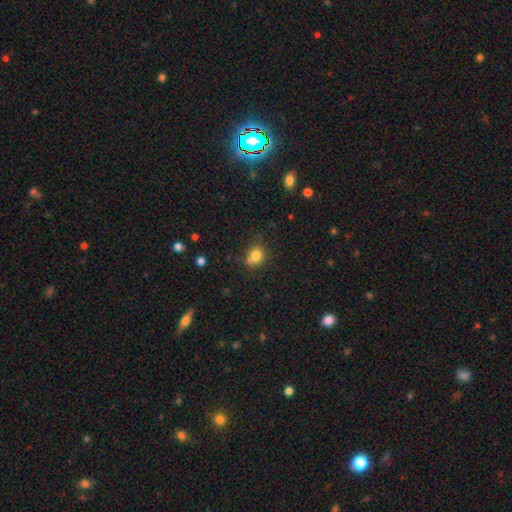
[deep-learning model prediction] Smooth or featured? smooth (79%)
How rounded? round (62%)
Merging? none (60%)